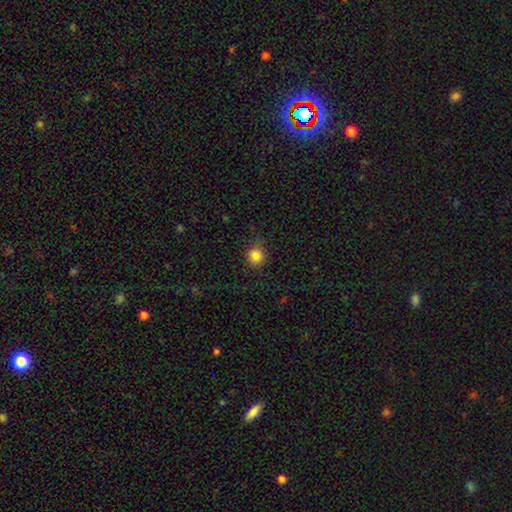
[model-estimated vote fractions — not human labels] Smooth or featured? Predicted: smooth (p=0.84). How rounded? Predicted: round (p=0.89). Merging? Predicted: none (p=0.83).